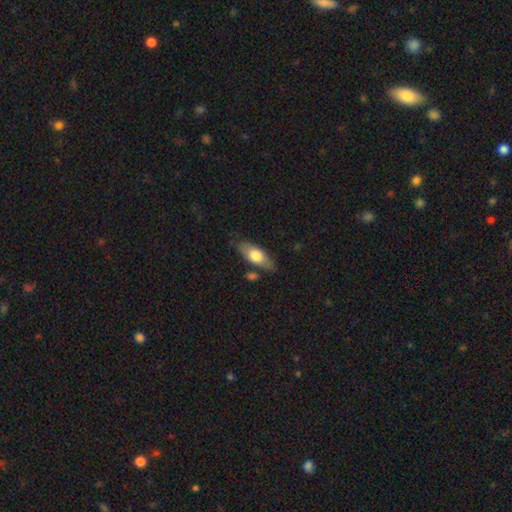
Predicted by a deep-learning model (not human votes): The model was most divided on "smooth or featured": smooth: 65%, featured or disk: 30%, star or artifact: 6%. More confident: how rounded — in between (75%); merging — none (73%).